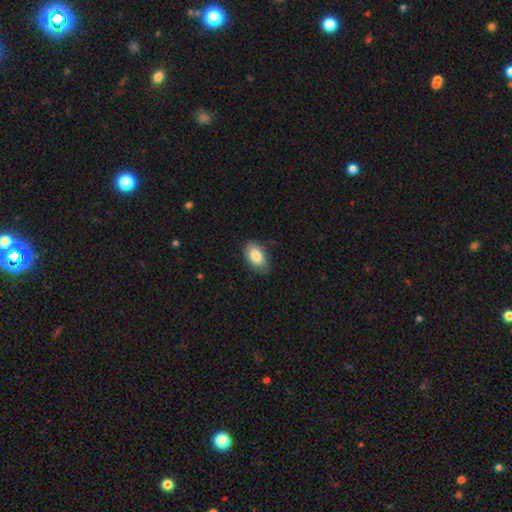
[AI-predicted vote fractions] A smooth galaxy with no disk features (83%) that is in between round and cigar-shaped (92%).

Vote fractions:
- Smooth or featured? smooth: 83% / featured or disk: 10% / star or artifact: 7%
- How rounded? in between: 92% / round: 6% / cigar-shaped: 2%
- Merging? none: 81% / minor disturbance: 15% / major disturbance: 3% / merger: 1%